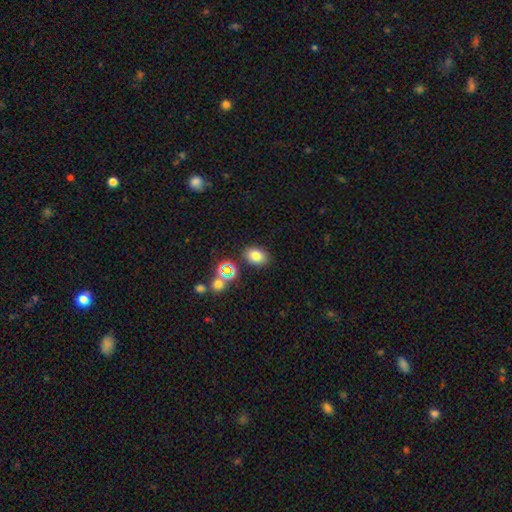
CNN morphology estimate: The model was most divided on "how rounded": in between: 74%, round: 25%, cigar-shaped: 1%. More confident: merging — none (82%); smooth or featured — smooth (75%).